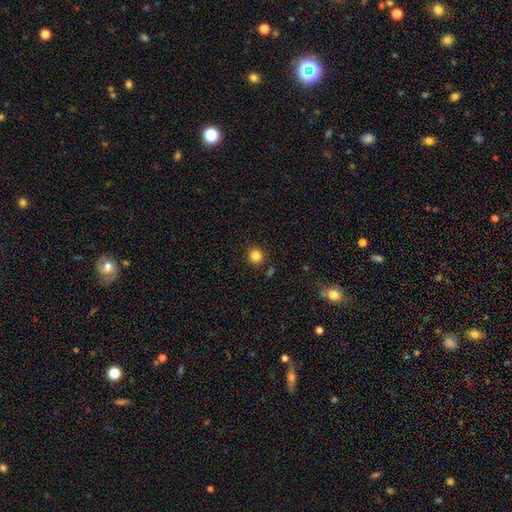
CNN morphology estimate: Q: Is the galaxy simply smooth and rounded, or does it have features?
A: smooth — 84%.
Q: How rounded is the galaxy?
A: round — 93%.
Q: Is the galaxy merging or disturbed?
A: none — 89%.